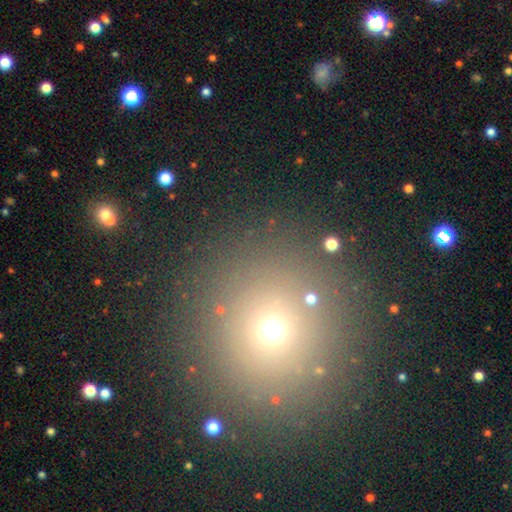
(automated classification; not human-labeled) Smooth or featured? smooth (59%)
How rounded? round (94%)
Merging? none (88%)